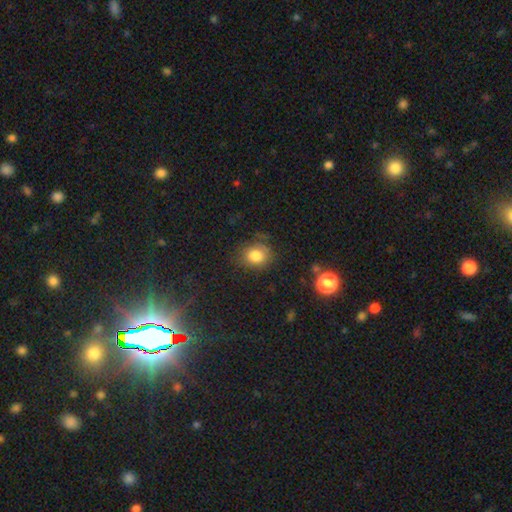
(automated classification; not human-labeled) Smooth or featured?
  - smooth: 80% *
  - star or artifact: 12%
  - featured or disk: 8%
How rounded?
  - round: 66% *
  - in between: 33%
  - cigar-shaped: 1%
Merging?
  - none: 72% *
  - minor disturbance: 19%
  - major disturbance: 7%
  - merger: 2%